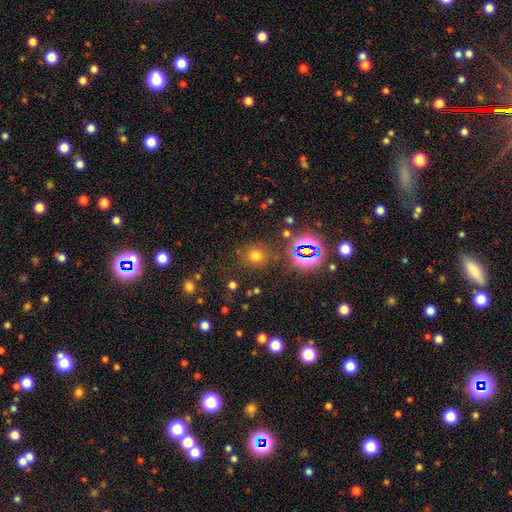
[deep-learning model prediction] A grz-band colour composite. It shows a smooth galaxy with no disk features (64%) that is round (86%). Merging: none (80%).